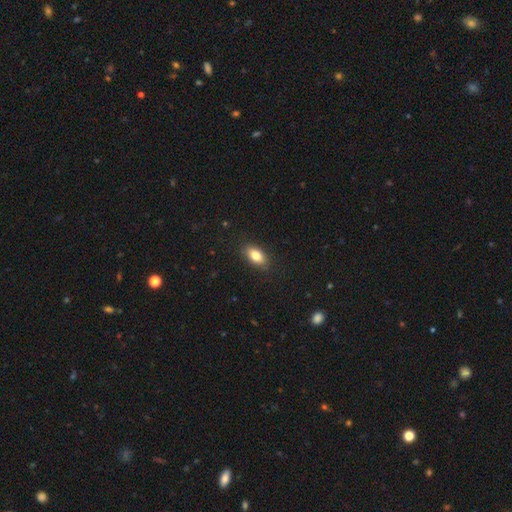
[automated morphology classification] This is clearly a smooth galaxy (83%). How rounded: clearly in between (89%). Merging: clearly none (87%).